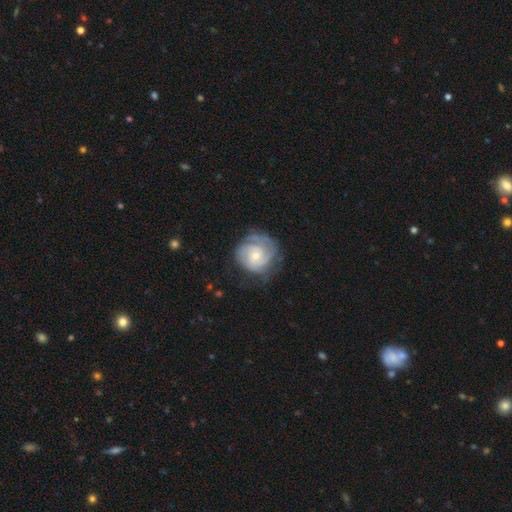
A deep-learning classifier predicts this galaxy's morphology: The model was most divided on "spiral arm count": 2: 33%, can't tell: 28%, 3: 23%, 4: 6%, 1: 6%, more than 4: 4%. More confident: edge-on disk — no (98%); spiral arms — yes (94%); smooth or featured — featured or disk (78%); bar — no (71%); merging — none (64%); spiral winding — tight (63%); bulge size — small (62%).